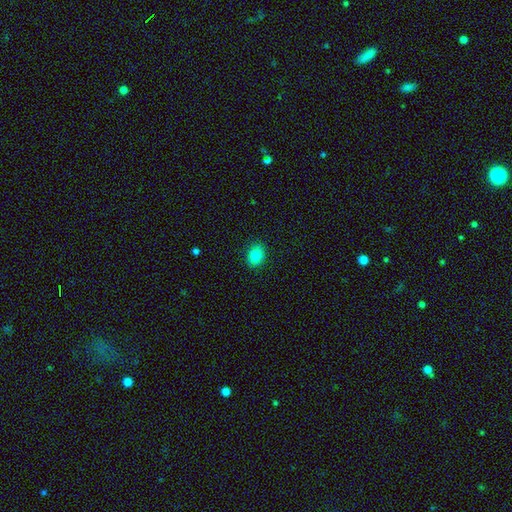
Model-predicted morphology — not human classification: type=smooth (84%); roundness=in between (64%); merging=none (88%).